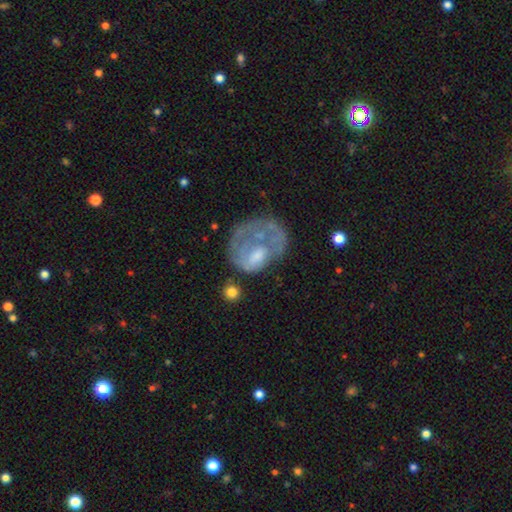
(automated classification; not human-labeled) featured or disk 57%, smooth 34%, star or artifact 9%. Down the decision tree: edge-on disk — no (97%); bar — no (78%); spiral arms — no (73%); bulge size — moderate (41%); merging — major disturbance (38%).